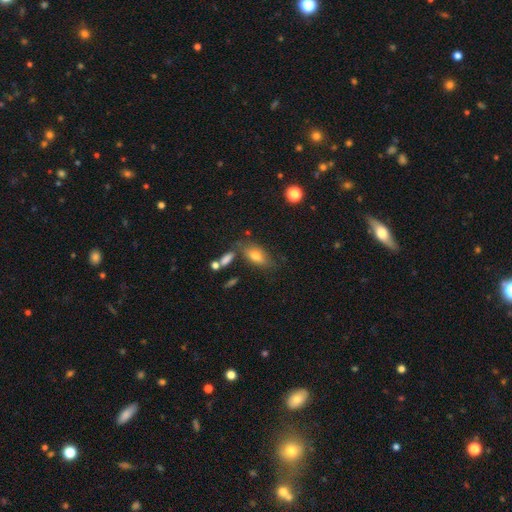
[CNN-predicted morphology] A smooth galaxy with no disk features (69%) that is in between round and cigar-shaped (80%).

Vote fractions:
- Smooth or featured? smooth: 69% / featured or disk: 22% / star or artifact: 10%
- How rounded? in between: 80% / cigar-shaped: 15% / round: 5%
- Merging? none: 66% / minor disturbance: 19% / merger: 9% / major disturbance: 6%